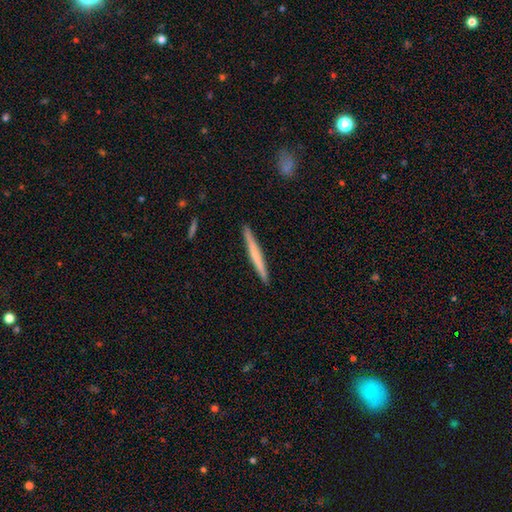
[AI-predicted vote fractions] Q: Smooth or featured?
A: smooth (53%); runner-up: featured or disk (42%)
Q: How rounded?
A: cigar-shaped (97%); runner-up: in between (2%)
Q: Merging?
A: none (92%); runner-up: minor disturbance (5%)